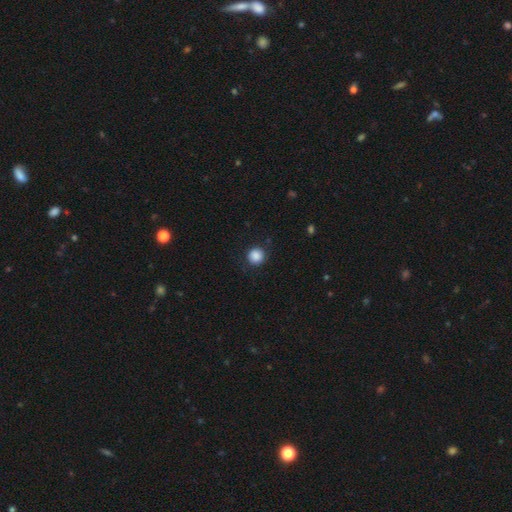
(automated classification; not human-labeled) Morphology: type=smooth (87%); roundness=round (94%); merging=none (86%).